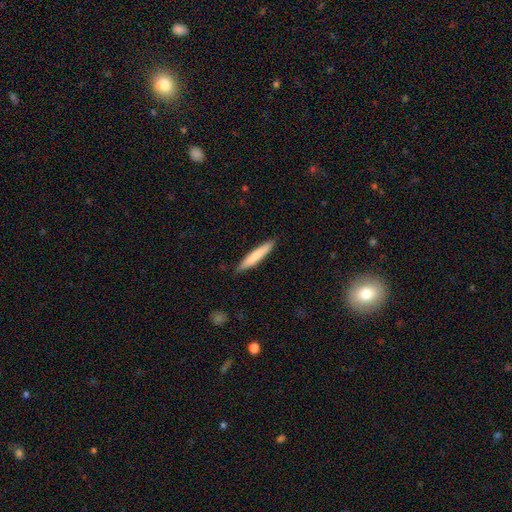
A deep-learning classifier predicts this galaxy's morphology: smooth_or_featured: smooth (p=0.77) [alt: featured or disk p=0.18]
how_rounded: cigar-shaped (p=0.92) [alt: in between p=0.07]
merging: none (p=0.88) [alt: minor disturbance p=0.09]